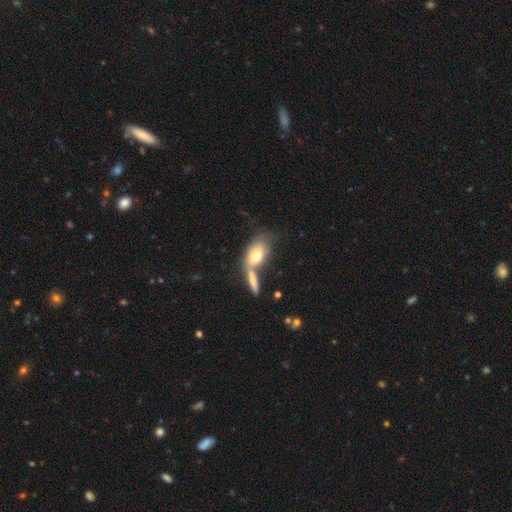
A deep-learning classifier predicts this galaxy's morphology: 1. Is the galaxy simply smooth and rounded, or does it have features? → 70% smooth, 23% featured or disk, 7% star or artifact.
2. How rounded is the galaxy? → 85% in between, 8% round, 7% cigar-shaped.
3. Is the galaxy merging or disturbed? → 42% merger, 37% none, 14% minor disturbance, 7% major disturbance.